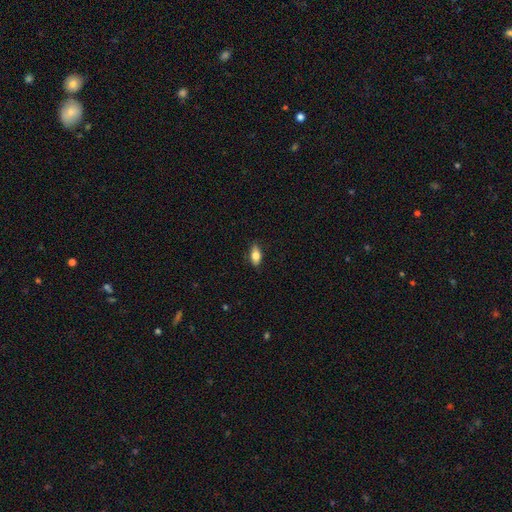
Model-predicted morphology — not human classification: Overall: smooth (74%). How rounded: in between (84%). Merging: none (85%).